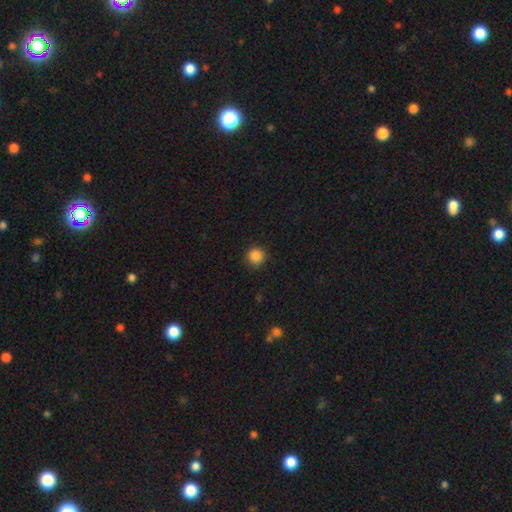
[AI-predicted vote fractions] smooth-or-featured: smooth: 86% | star or artifact: 11% | featured or disk: 3%
  how-rounded: round: 94% | in between: 5% | cigar-shaped: 1%
  merging: none: 87% | minor disturbance: 9% | major disturbance: 2% | merger: 1%